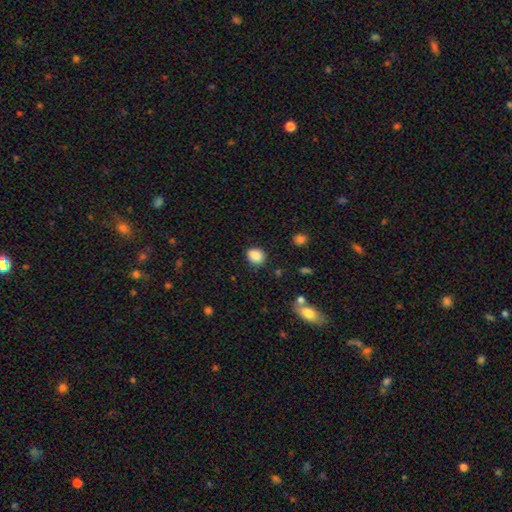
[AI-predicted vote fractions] Smooth or featured? Predicted: smooth (p=0.87). How rounded? Predicted: round (p=0.60). Merging? Predicted: none (p=0.84).